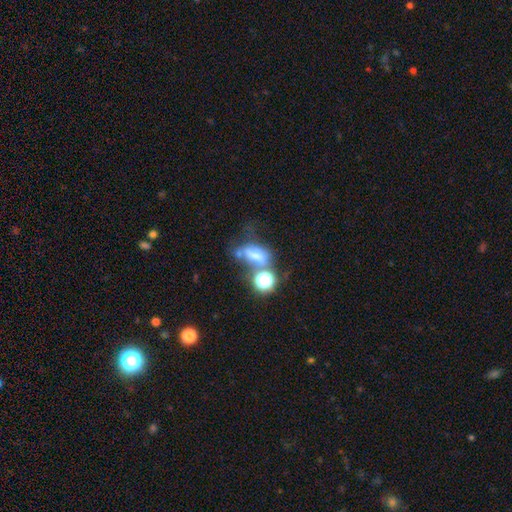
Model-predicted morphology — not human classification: Overall: smooth (56%; featured or disk 24%). How rounded: in between (67%). Merging: merger (35%; none 29%).